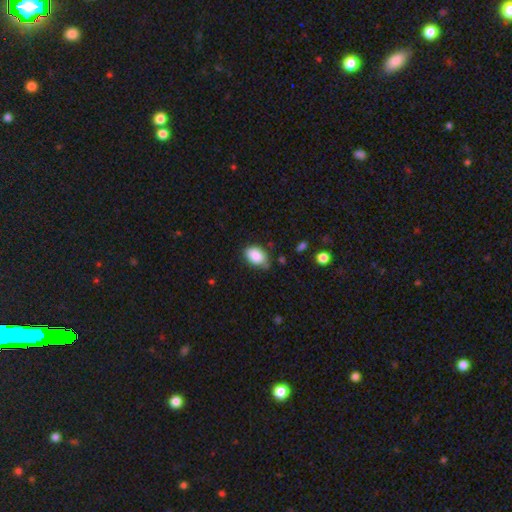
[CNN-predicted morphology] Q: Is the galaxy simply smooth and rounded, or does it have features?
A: smooth — 87%.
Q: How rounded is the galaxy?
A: in between — 87%.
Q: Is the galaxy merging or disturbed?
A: none — 68%.